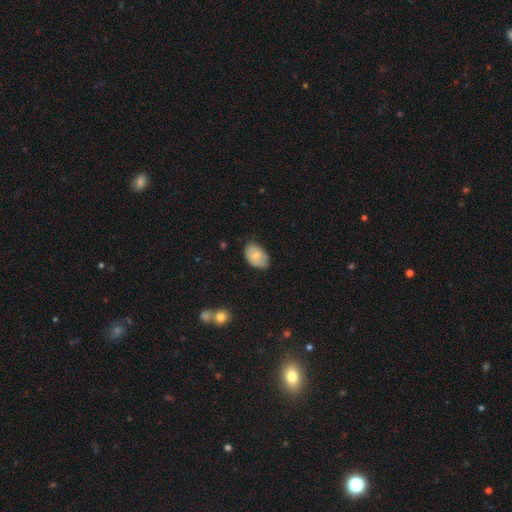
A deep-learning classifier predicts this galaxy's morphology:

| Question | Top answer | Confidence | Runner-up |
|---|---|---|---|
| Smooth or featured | smooth | 74% | featured or disk (20%) |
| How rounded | in between | 88% | round (11%) |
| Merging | none | 68% | minor disturbance (26%) |